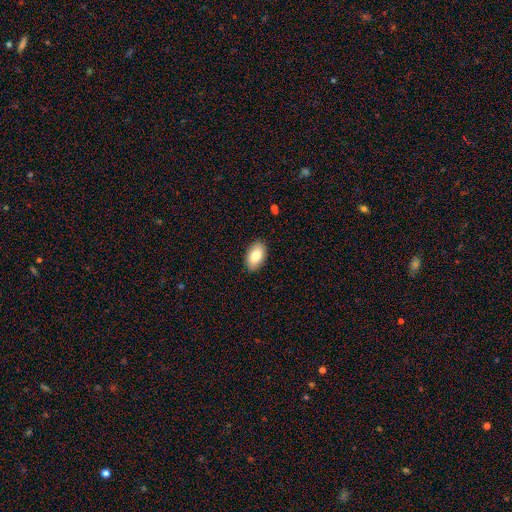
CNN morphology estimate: Q: Smooth or featured?
A: smooth (83%); runner-up: featured or disk (11%)
Q: How rounded?
A: in between (94%); runner-up: round (5%)
Q: Merging?
A: none (88%); runner-up: minor disturbance (9%)